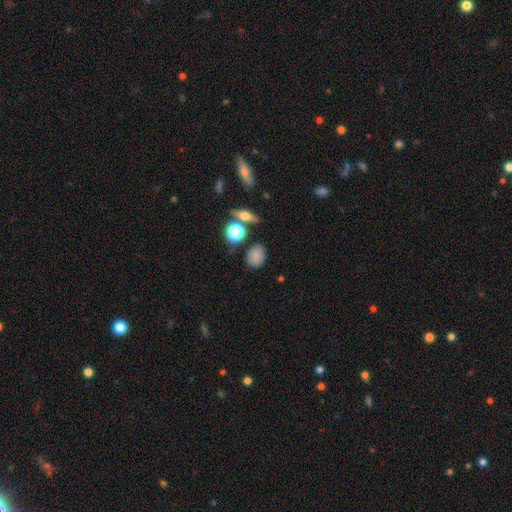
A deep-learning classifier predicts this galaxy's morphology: Smooth or featured: smooth — 81% (star or artifact — 11%)
How rounded: in between — 59% (round — 39%)
Merging: none — 75% (minor disturbance — 14%)